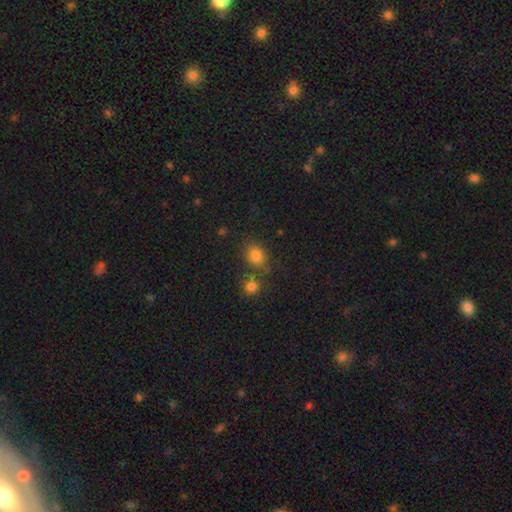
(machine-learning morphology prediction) A smooth galaxy with no disk features (80%) that is round (55%).

Vote fractions:
- Smooth or featured? smooth: 80% / star or artifact: 13% / featured or disk: 7%
- How rounded? round: 55% / in between: 44% / cigar-shaped: 1%
- Merging? none: 65% / merger: 18% / minor disturbance: 12% / major disturbance: 5%